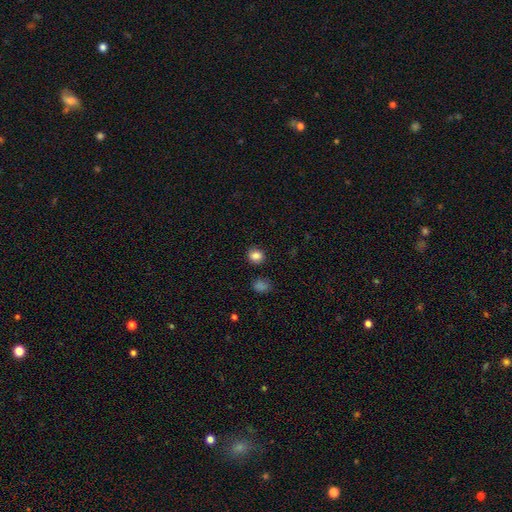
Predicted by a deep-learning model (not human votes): Overall: smooth (85%). How rounded: round (76%). Merging: none (88%).